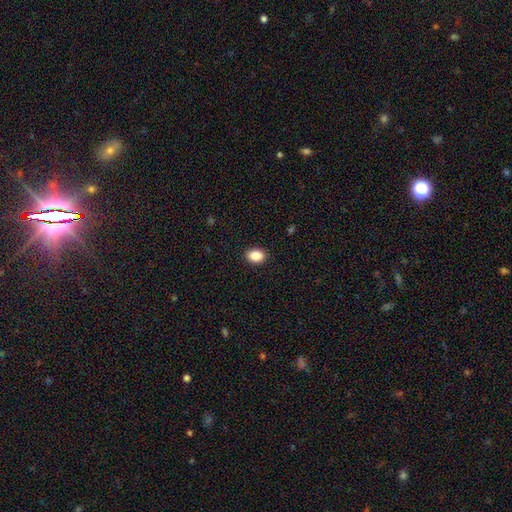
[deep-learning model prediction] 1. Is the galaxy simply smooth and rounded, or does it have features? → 88% smooth, 8% star or artifact, 3% featured or disk.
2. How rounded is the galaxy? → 74% in between, 25% round, 1% cigar-shaped.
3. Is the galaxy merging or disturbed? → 90% none, 7% minor disturbance, 2% major disturbance, 1% merger.